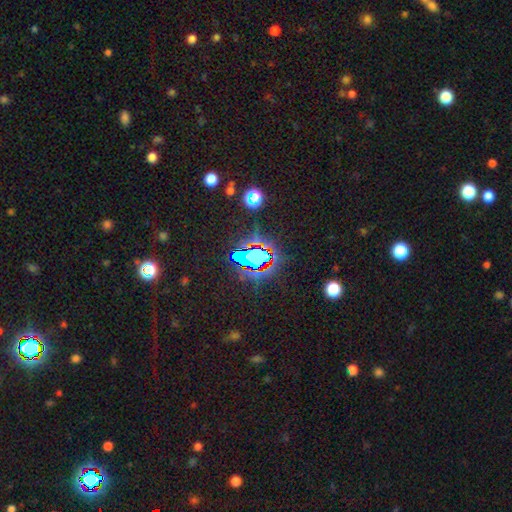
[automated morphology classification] Smooth or featured: star or artifact — 71% (smooth — 17%)